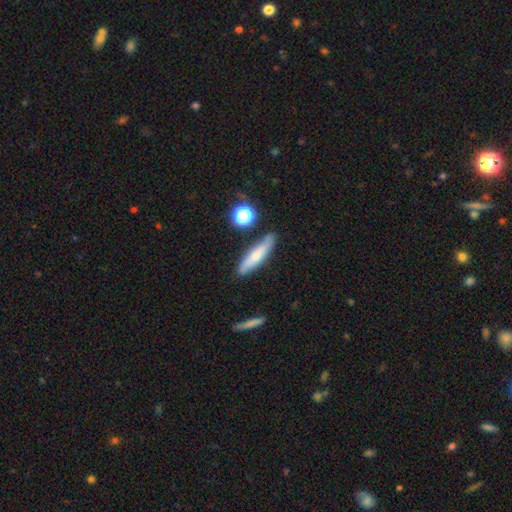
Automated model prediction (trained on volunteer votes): Smooth or featured: smooth — 65% (featured or disk — 27%)
How rounded: cigar-shaped — 79% (in between — 18%)
Merging: none — 80% (minor disturbance — 13%)